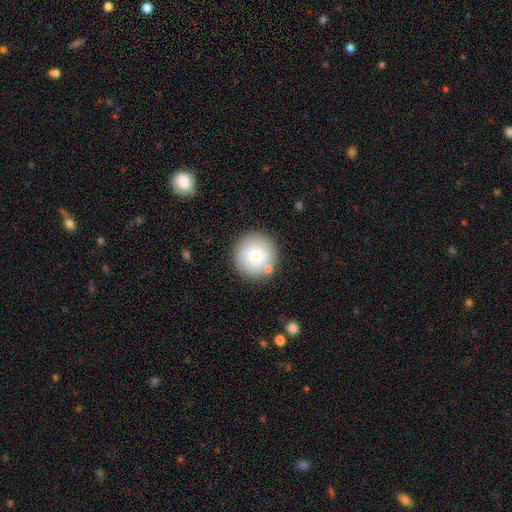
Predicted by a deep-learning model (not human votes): Smooth or featured? Predicted: smooth (p=0.75). How rounded? Predicted: round (p=0.95). Merging? Predicted: none (p=0.83).